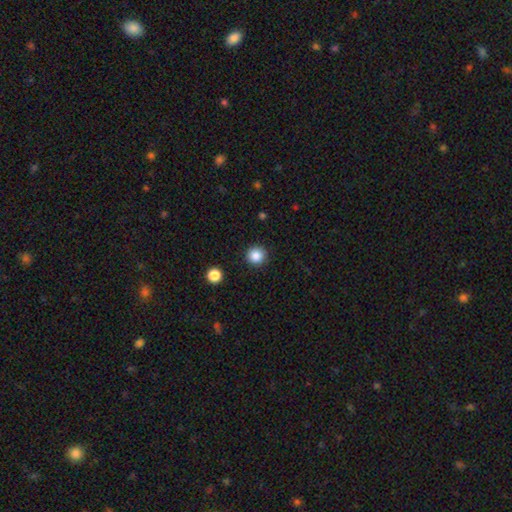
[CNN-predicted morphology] This appears to be a smooth galaxy with no disk features (86%) that is round (95%). Merging: none (91%).